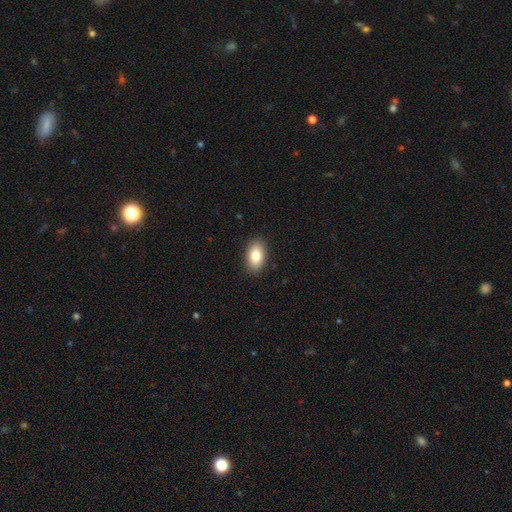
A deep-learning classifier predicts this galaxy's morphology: A smooth galaxy with no disk features (82%) that is in between round and cigar-shaped (90%). Merging: none (89%).